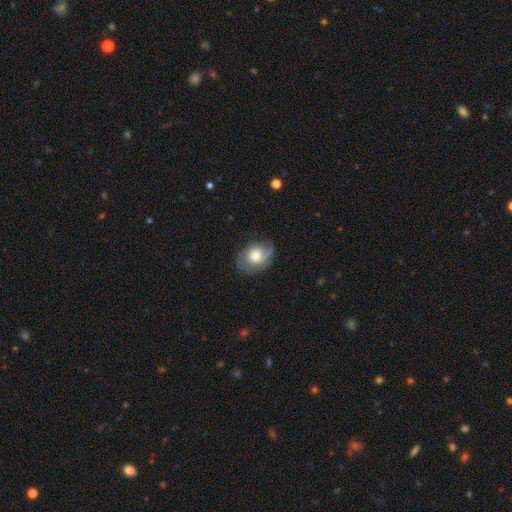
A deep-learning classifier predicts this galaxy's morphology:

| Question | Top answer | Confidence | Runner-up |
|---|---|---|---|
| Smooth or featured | smooth | 47% | featured or disk (45%) |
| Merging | none | 59% | minor disturbance (26%) |